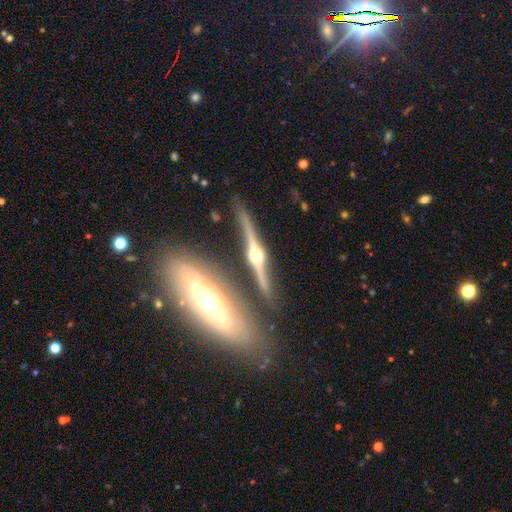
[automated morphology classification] This appears to be a featured or disk galaxy (87%) viewed edge-on (97%) with a rounded central bulge (95%). Merging: none (81%).